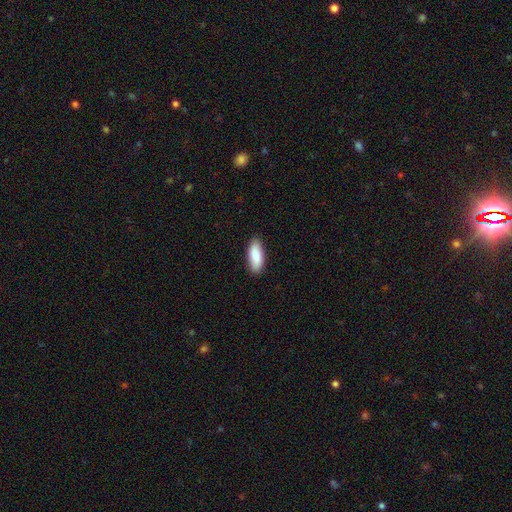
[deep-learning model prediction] smooth 84%, featured or disk 11%, star or artifact 6%. Down the decision tree: how rounded — in between (79%); merging — none (88%).